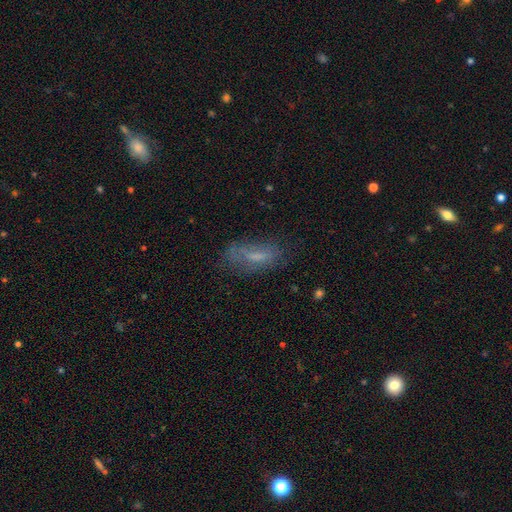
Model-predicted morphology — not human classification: This appears to be a smooth galaxy with no disk features (53%) that is in between round and cigar-shaped (59%). Merging: none (59%).